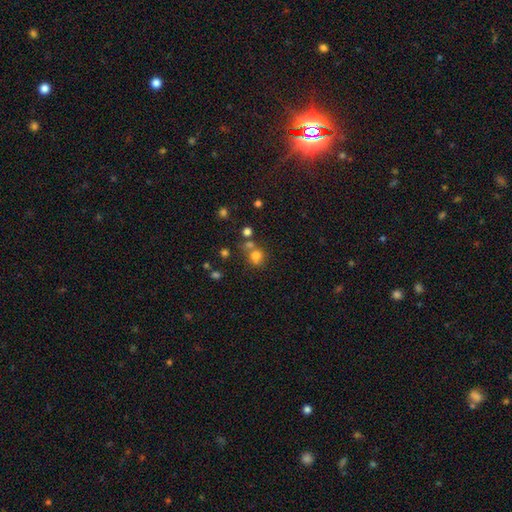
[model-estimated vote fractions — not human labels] The model was most divided on "merging": none: 51%, merger: 32%, minor disturbance: 11%, major disturbance: 6%. More confident: how rounded — round (79%); smooth or featured — smooth (73%).